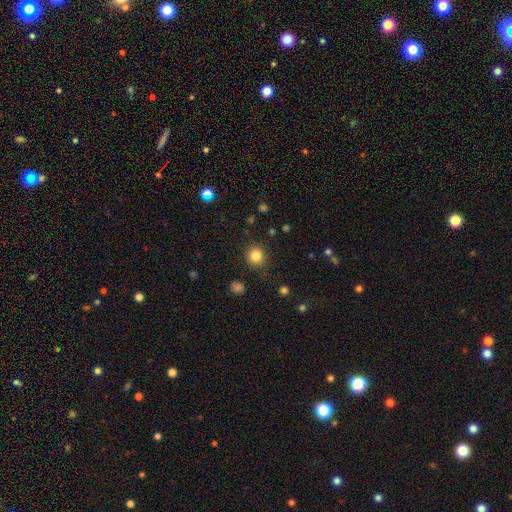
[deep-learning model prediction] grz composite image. It shows a smooth galaxy with no disk features (83%) that is round (90%). Merging: none (88%).